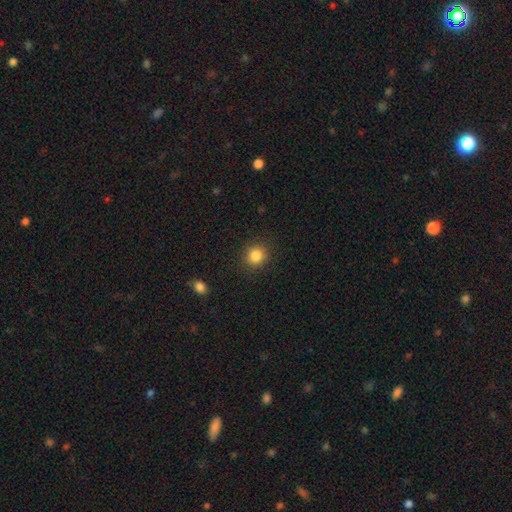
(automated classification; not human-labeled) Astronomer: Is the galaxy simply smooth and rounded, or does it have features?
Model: smooth — 85%.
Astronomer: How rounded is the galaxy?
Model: round — 85%.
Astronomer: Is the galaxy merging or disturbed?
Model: none — 89%.